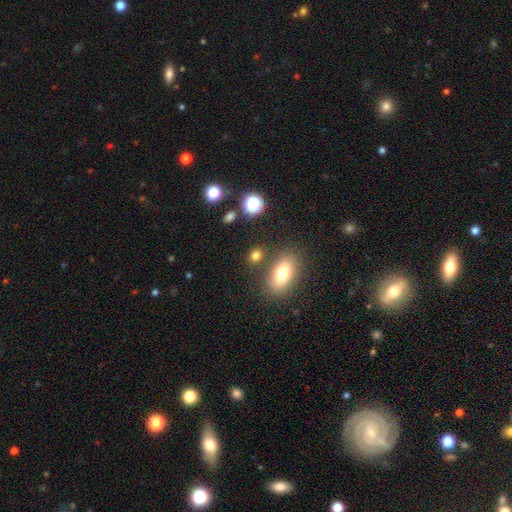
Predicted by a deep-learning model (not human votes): Q: Smooth or featured?
A: smooth (76%); runner-up: star or artifact (15%)
Q: How rounded?
A: in between (58%); runner-up: round (38%)
Q: Merging?
A: none (75%); runner-up: minor disturbance (11%)